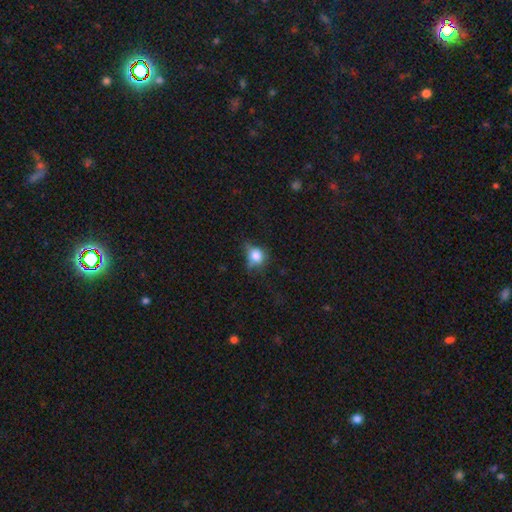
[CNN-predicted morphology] smooth-or-featured: smooth: 75% | featured or disk: 13% | star or artifact: 12%
  how-rounded: round: 64% | in between: 34% | cigar-shaped: 2%
  merging: none: 44% | minor disturbance: 34% | major disturbance: 19% | merger: 4%